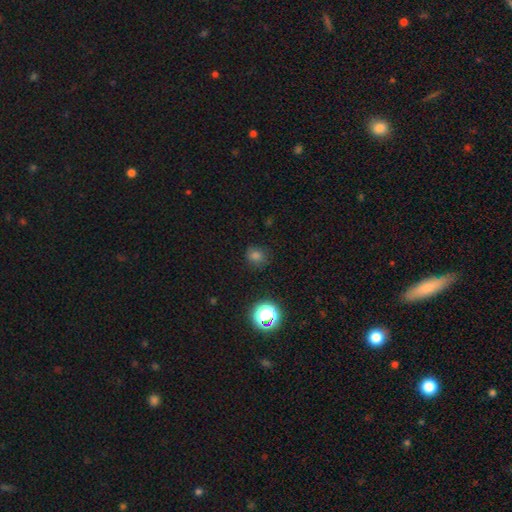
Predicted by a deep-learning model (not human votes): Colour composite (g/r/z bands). It shows a smooth galaxy with no disk features (74%) that is round (70%). Merging: none (81%).